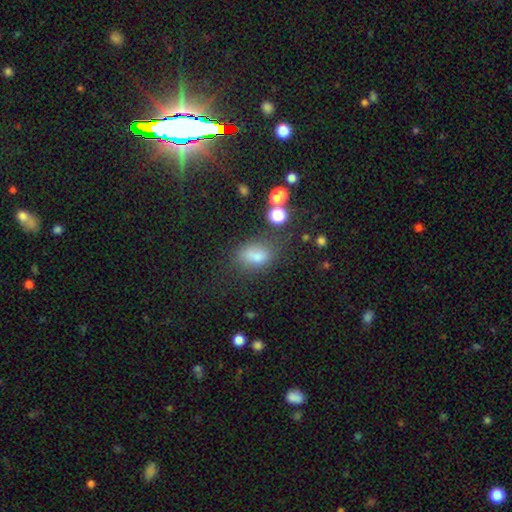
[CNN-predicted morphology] A smooth galaxy with no disk features (75%) that is in between round and cigar-shaped (75%).

Vote fractions:
- Smooth or featured? smooth: 75% / star or artifact: 15% / featured or disk: 10%
- How rounded? in between: 75% / round: 23% / cigar-shaped: 3%
- Merging? none: 56% / minor disturbance: 23% / major disturbance: 12% / merger: 9%